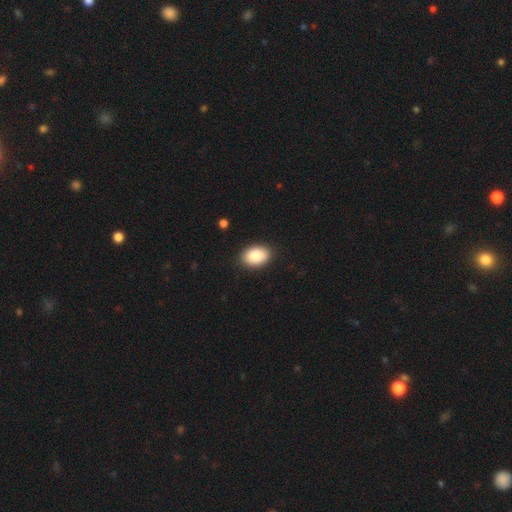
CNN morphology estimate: smooth-or-featured: smooth: 89% | star or artifact: 6% | featured or disk: 5%
  how-rounded: in between: 87% | round: 12% | cigar-shaped: 1%
  merging: none: 90% | minor disturbance: 7% | major disturbance: 2% | merger: 1%